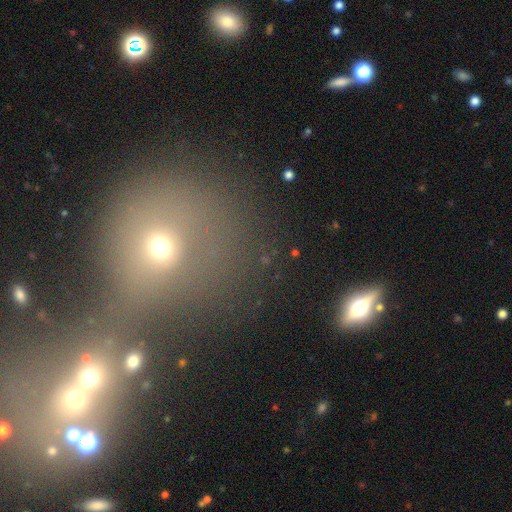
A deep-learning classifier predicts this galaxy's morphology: Smooth or featured: smooth — 49% (star or artifact — 35%)
Merging: none — 56% (merger — 27%)